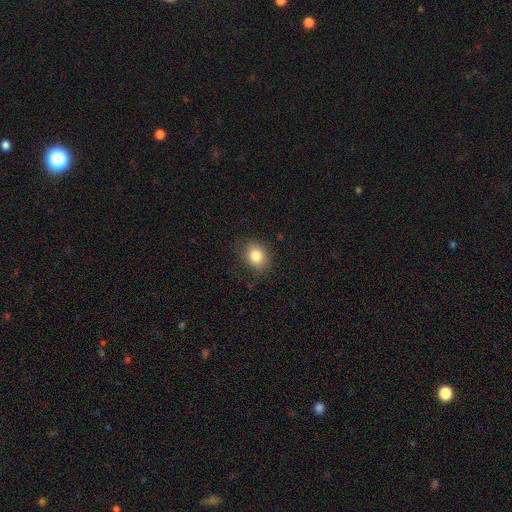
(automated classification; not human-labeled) Smooth or featured?
  - smooth: 82% *
  - star or artifact: 10%
  - featured or disk: 9%
How rounded?
  - in between: 51% *
  - round: 48%
  - cigar-shaped: 1%
Merging?
  - none: 83% *
  - minor disturbance: 12%
  - major disturbance: 3%
  - merger: 1%